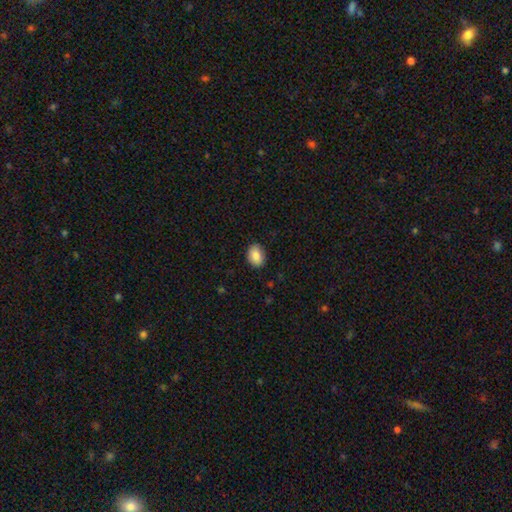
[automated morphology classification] smooth-or-featured: smooth: 85% | featured or disk: 8% | star or artifact: 7%
  how-rounded: in between: 68% | round: 31% | cigar-shaped: 1%
  merging: none: 86% | minor disturbance: 11% | major disturbance: 2% | merger: 1%